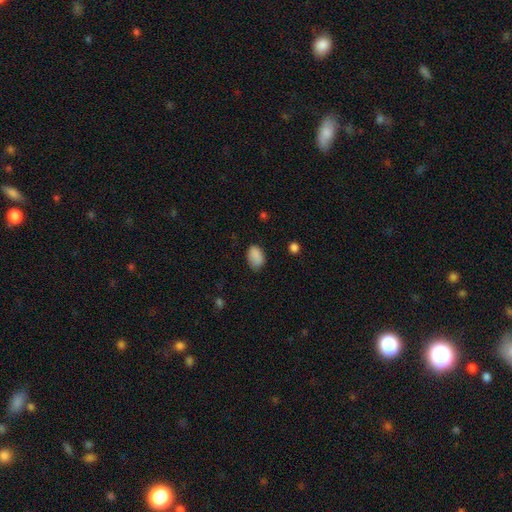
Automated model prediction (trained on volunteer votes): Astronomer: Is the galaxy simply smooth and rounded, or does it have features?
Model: smooth — 87%.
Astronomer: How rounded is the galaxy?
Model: in between — 85%.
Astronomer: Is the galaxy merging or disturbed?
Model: none — 74%.